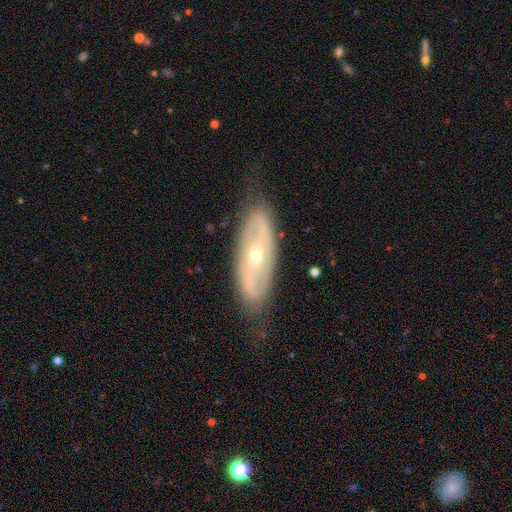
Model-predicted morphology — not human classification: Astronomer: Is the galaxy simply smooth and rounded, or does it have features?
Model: featured or disk — 72%.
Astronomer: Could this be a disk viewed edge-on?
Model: no — 84%.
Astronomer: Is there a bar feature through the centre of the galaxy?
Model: no — 64%.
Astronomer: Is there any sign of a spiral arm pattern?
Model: yes — 59% (runner-up: no, 41%).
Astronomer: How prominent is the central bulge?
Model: small — 59% (runner-up: moderate, 38%).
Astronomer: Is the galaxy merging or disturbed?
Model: none — 74%.